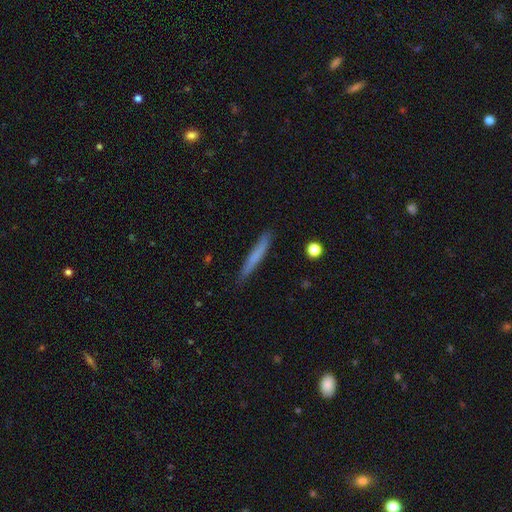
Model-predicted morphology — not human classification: smooth 66%, featured or disk 27%, star or artifact 6%. Down the decision tree: how rounded — cigar-shaped (96%); merging — none (87%).